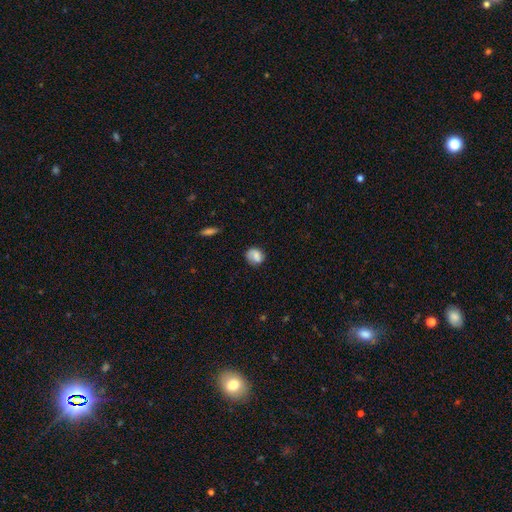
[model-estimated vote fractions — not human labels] Smooth or featured? Predicted: smooth (p=0.78). How rounded? Predicted: round (p=0.65). Merging? Predicted: none (p=0.71).